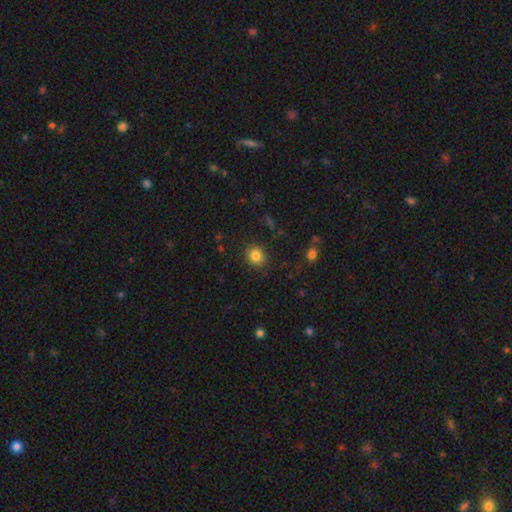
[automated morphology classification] Smooth or featured? smooth (83%)
How rounded? round (79%)
Merging? none (88%)